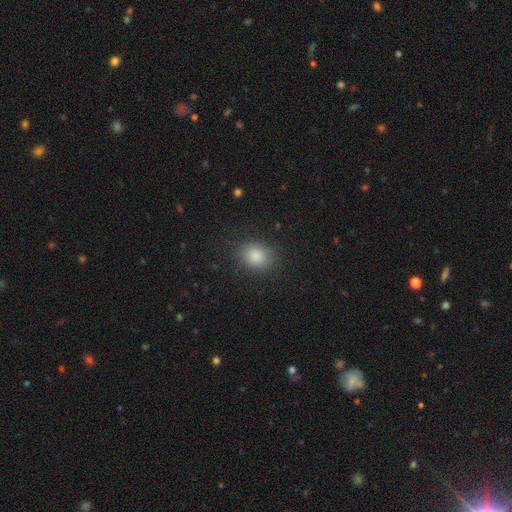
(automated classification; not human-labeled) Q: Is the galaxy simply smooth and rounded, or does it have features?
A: smooth — 83%.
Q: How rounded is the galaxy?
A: round — 53%.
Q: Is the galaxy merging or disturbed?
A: none — 88%.